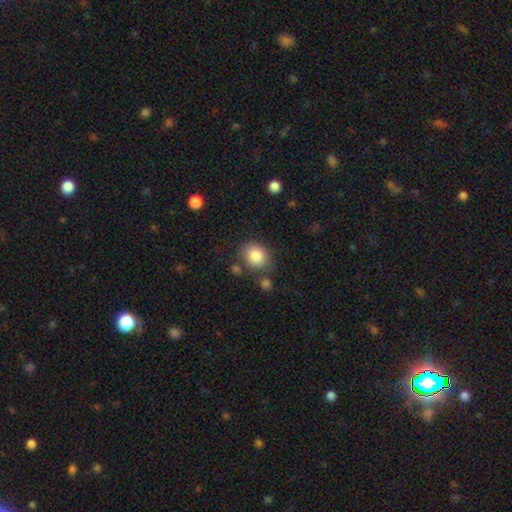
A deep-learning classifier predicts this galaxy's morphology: type=smooth (85%); roundness=round (68%); merging=none (74%).